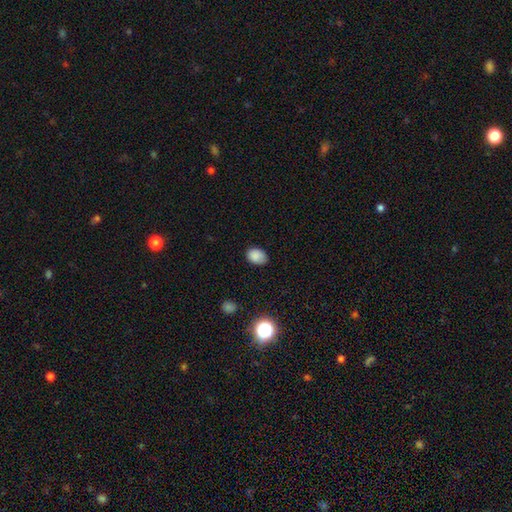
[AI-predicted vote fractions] A smooth galaxy with no disk features (86%) that is in between round and cigar-shaped (74%).

Vote fractions:
- Smooth or featured? smooth: 86% / star or artifact: 10% / featured or disk: 4%
- How rounded? in between: 74% / round: 25% / cigar-shaped: 1%
- Merging? none: 77% / minor disturbance: 19% / major disturbance: 3% / merger: 1%